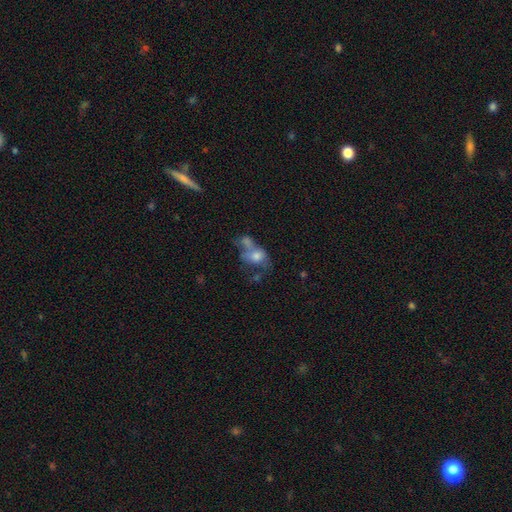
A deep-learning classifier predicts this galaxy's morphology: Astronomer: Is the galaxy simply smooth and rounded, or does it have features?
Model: smooth — 62%.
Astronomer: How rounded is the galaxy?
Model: in between — 69%.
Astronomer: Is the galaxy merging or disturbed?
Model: merger — 52%.